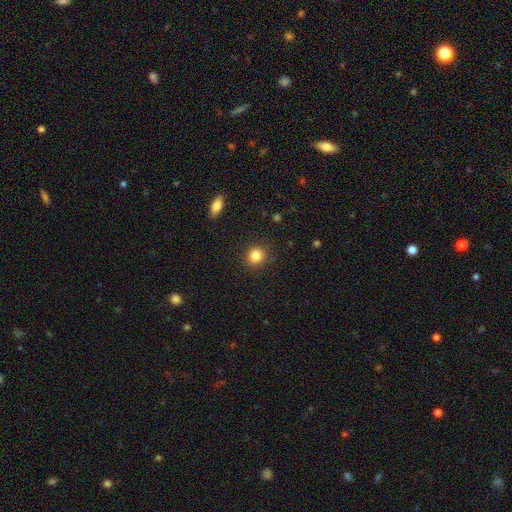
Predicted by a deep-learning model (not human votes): Smooth or featured? smooth (85%)
How rounded? round (88%)
Merging? none (89%)